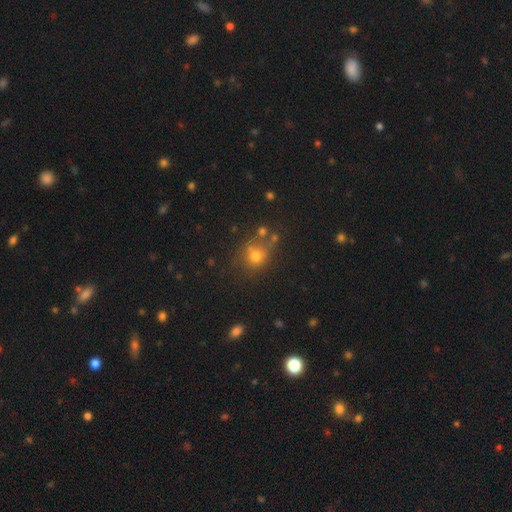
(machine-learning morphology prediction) Smooth or featured: smooth — 70% (star or artifact — 18%)
How rounded: round — 82% (in between — 17%)
Merging: none — 60% (merger — 17%)